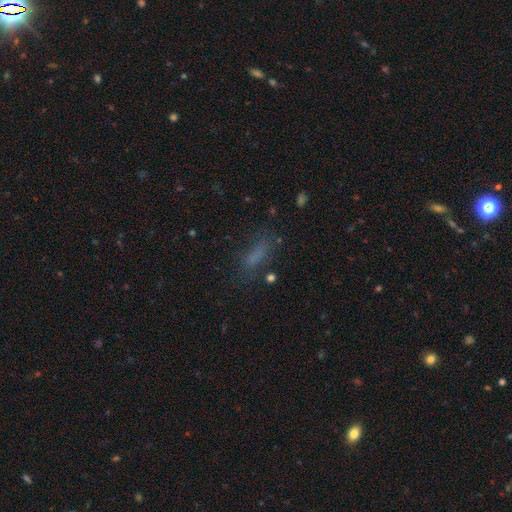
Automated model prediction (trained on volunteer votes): Smooth or featured: smooth — 67% (star or artifact — 19%)
How rounded: in between — 52% (cigar-shaped — 44%)
Merging: none — 65% (minor disturbance — 19%)